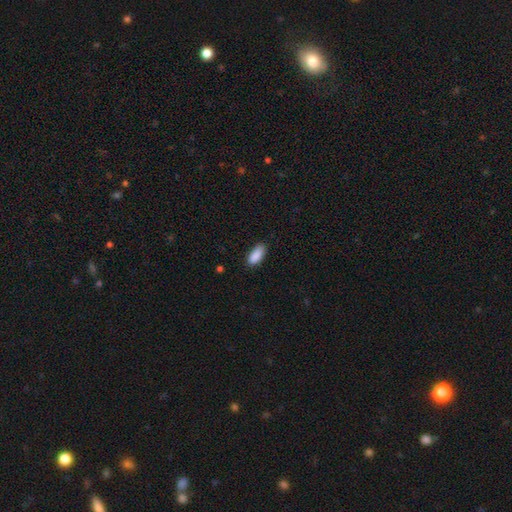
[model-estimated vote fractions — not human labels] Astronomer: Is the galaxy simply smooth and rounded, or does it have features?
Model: smooth — 89%.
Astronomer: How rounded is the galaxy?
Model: in between — 85%.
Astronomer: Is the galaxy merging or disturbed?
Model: none — 77%.